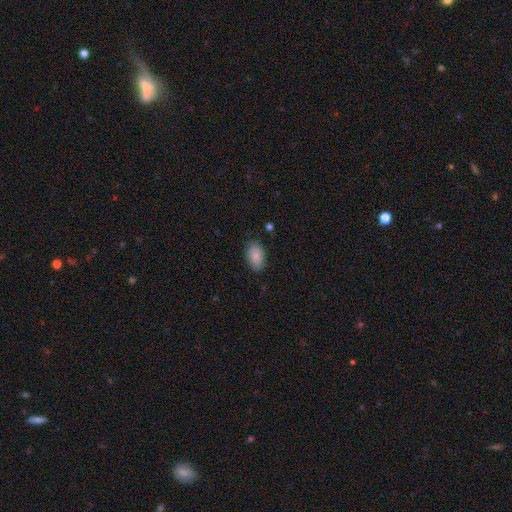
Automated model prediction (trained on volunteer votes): Smooth or featured: smooth — 87% (star or artifact — 7%)
How rounded: in between — 93% (round — 6%)
Merging: none — 85% (minor disturbance — 12%)